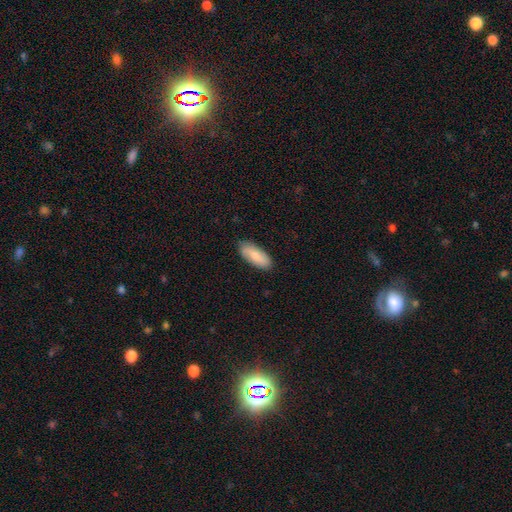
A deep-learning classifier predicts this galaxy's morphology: Smooth or featured?
  - smooth: 79% *
  - featured or disk: 16%
  - star or artifact: 5%
How rounded?
  - in between: 82% *
  - cigar-shaped: 16%
  - round: 2%
Merging?
  - none: 86% *
  - minor disturbance: 11%
  - major disturbance: 2%
  - merger: 1%